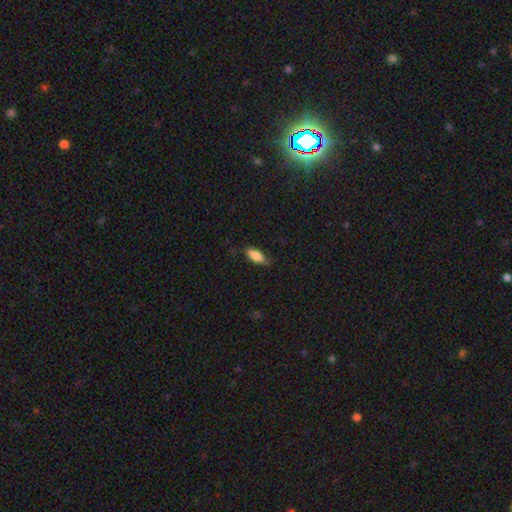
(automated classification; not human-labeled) smooth_or_featured: smooth (p=0.80) [alt: featured or disk p=0.13]
how_rounded: in between (p=0.81) [alt: cigar-shaped p=0.16]
merging: none (p=0.70) [alt: minor disturbance p=0.23]